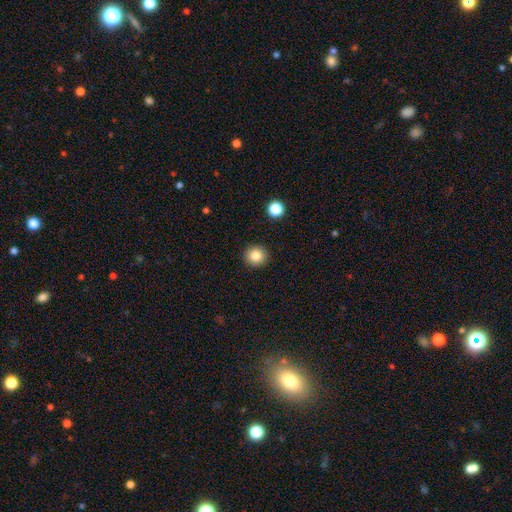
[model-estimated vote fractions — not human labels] Overall: smooth (83%). How rounded: round (92%). Merging: none (91%).